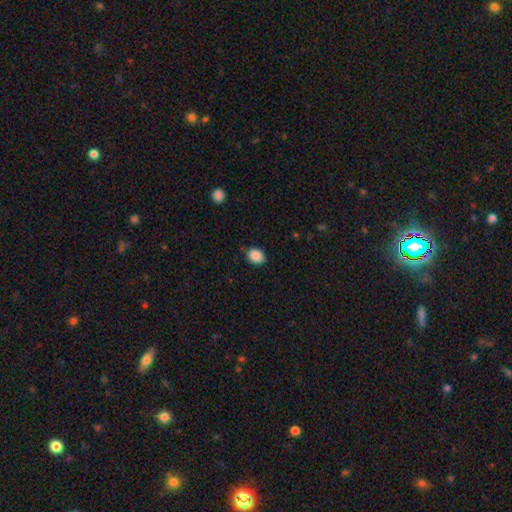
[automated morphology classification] Smooth or featured: smooth — 89% (star or artifact — 8%)
How rounded: in between — 64% (round — 35%)
Merging: none — 84% (minor disturbance — 13%)